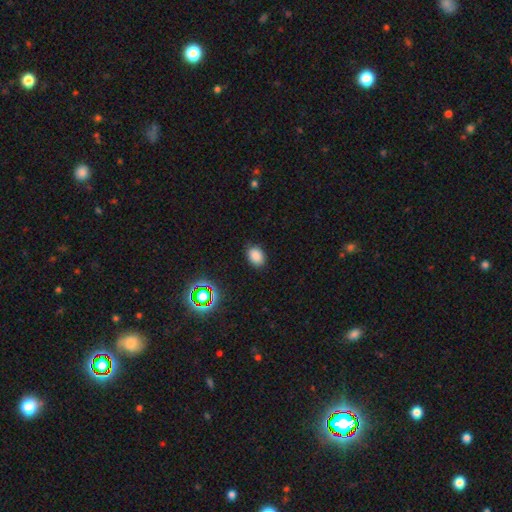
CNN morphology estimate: Smooth or featured?
  - smooth: 82% *
  - star or artifact: 13%
  - featured or disk: 5%
How rounded?
  - in between: 76% *
  - round: 23%
  - cigar-shaped: 1%
Merging?
  - none: 85% *
  - minor disturbance: 11%
  - major disturbance: 3%
  - merger: 1%